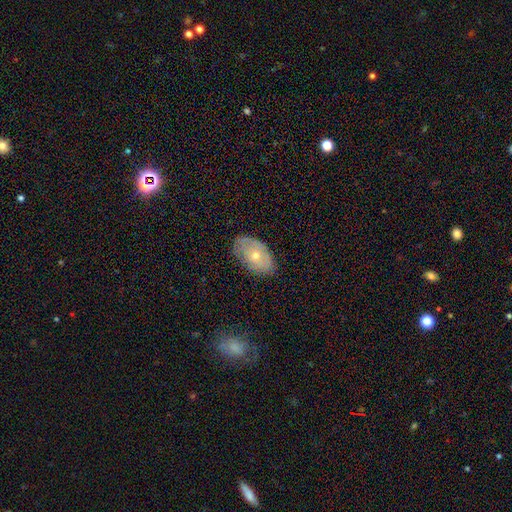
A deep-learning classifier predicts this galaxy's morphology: Smooth or featured: featured or disk — 46% (smooth — 45%)
Merging: none — 77% (minor disturbance — 18%)